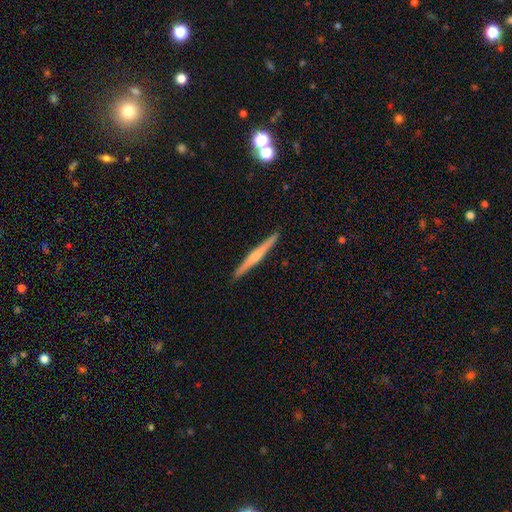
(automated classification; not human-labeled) This appears to be a featured or disk galaxy (58%) viewed edge-on (98%) with a rounded central bulge (53%). Merging: none (92%).